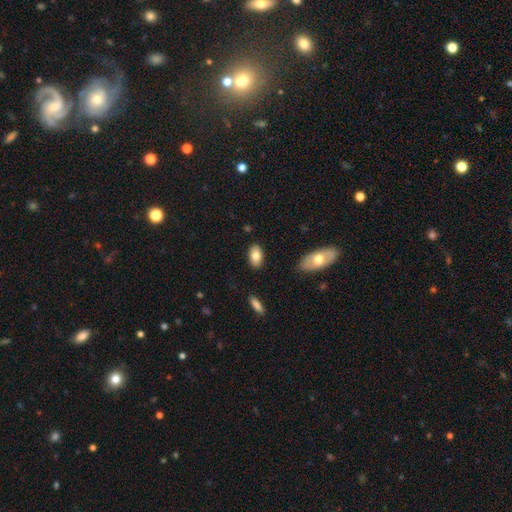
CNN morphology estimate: Q: Smooth or featured?
A: smooth (80%); runner-up: featured or disk (14%)
Q: How rounded?
A: in between (93%); runner-up: round (4%)
Q: Merging?
A: none (86%); runner-up: minor disturbance (10%)